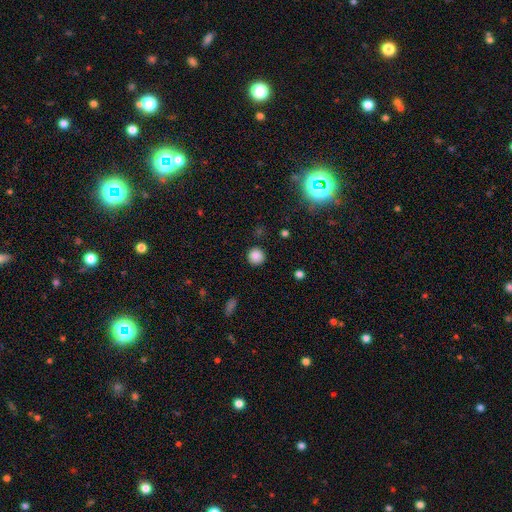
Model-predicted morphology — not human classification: A smooth galaxy with no disk features (85%) that is round (93%).

Vote fractions:
- Smooth or featured? smooth: 85% / star or artifact: 11% / featured or disk: 4%
- How rounded? round: 93% / in between: 6% / cigar-shaped: 1%
- Merging? none: 90% / minor disturbance: 6% / major disturbance: 2% / merger: 1%